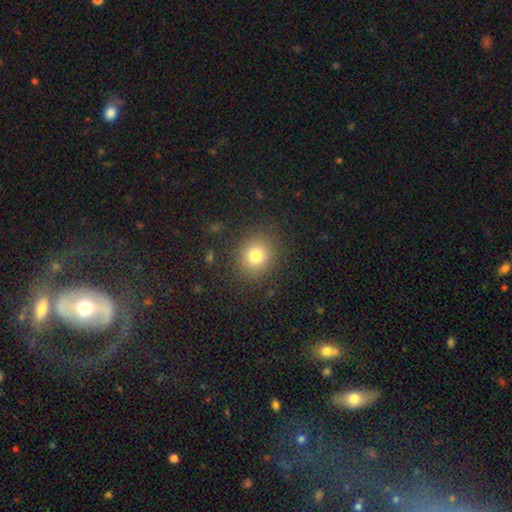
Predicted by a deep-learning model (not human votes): Overall: smooth (79%). How rounded: round (78%). Merging: none (87%).